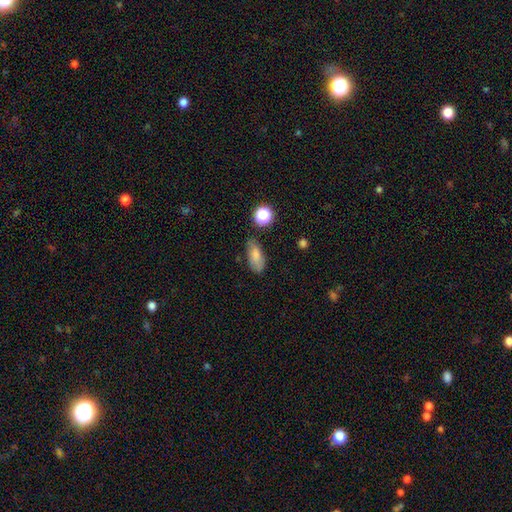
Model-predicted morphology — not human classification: smooth_or_featured: smooth (p=0.77) [alt: featured or disk p=0.13]
how_rounded: in between (p=0.84) [alt: cigar-shaped p=0.10]
merging: none (p=0.70) [alt: minor disturbance p=0.21]